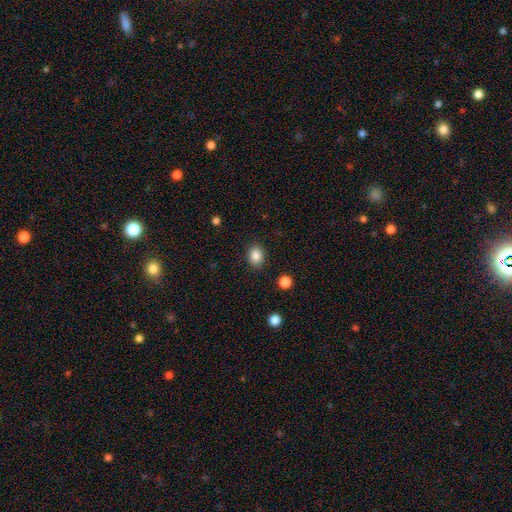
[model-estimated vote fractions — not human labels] smooth 86%, star or artifact 9%, featured or disk 4%. Down the decision tree: how rounded — in between (53%); merging — none (88%).